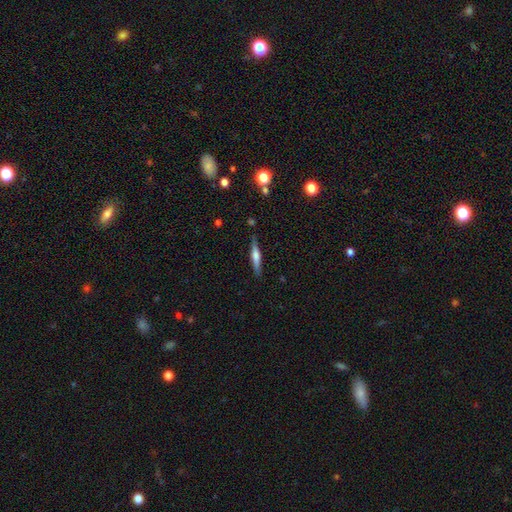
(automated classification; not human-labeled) Smooth or featured? Predicted: featured or disk (p=0.54). Edge-on disk? Predicted: yes (p=0.97). Edge-on bulge? Predicted: rounded (p=0.68). Merging? Predicted: none (p=0.87).